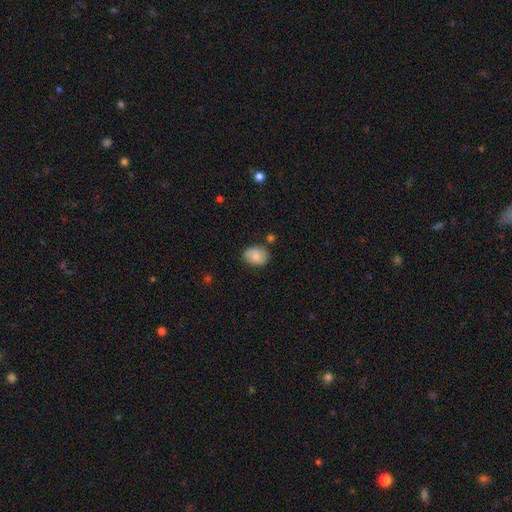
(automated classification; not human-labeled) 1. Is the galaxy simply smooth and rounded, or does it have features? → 80% smooth, 12% featured or disk, 7% star or artifact.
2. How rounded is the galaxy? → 65% in between, 34% round, 1% cigar-shaped.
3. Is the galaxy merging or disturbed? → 76% none, 17% minor disturbance, 4% merger, 3% major disturbance.